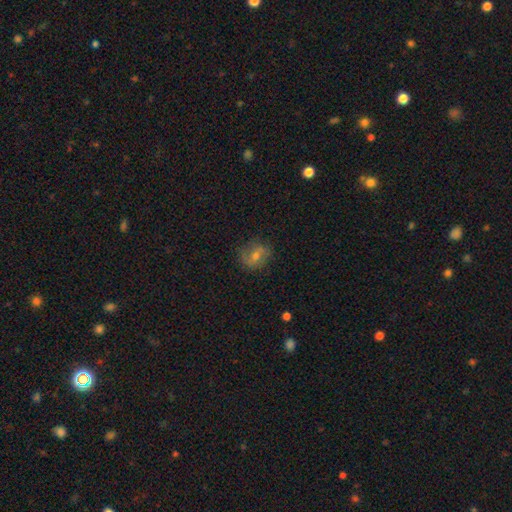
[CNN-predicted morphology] Smooth or featured?
  - featured or disk: 46% *
  - smooth: 40%
  - star or artifact: 15%
Merging?
  - none: 76% *
  - minor disturbance: 17%
  - major disturbance: 6%
  - merger: 1%